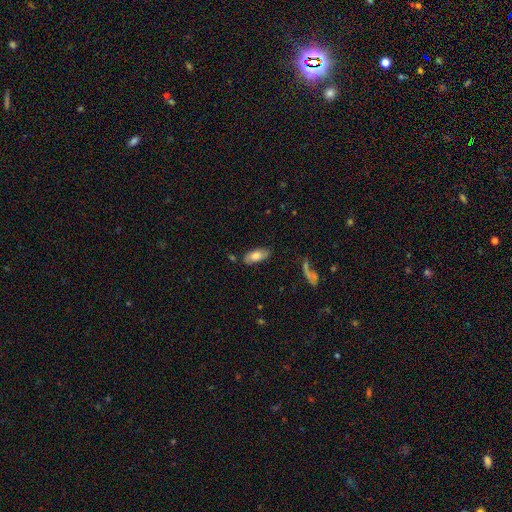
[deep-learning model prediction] Morphology: type=smooth (71%); roundness=in between (88%); merging=none (76%).